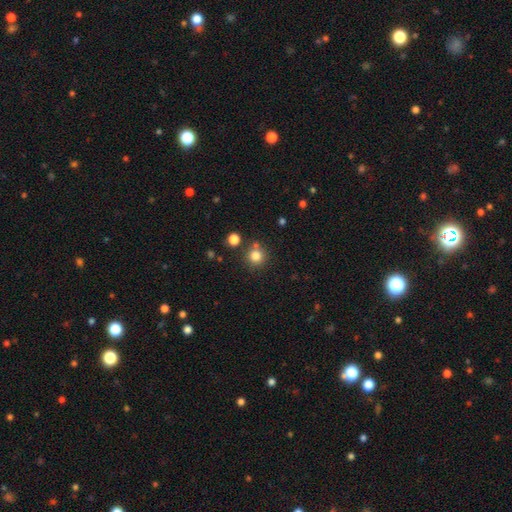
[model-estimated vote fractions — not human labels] Overall: smooth (81%). How rounded: round (93%). Merging: none (77%).